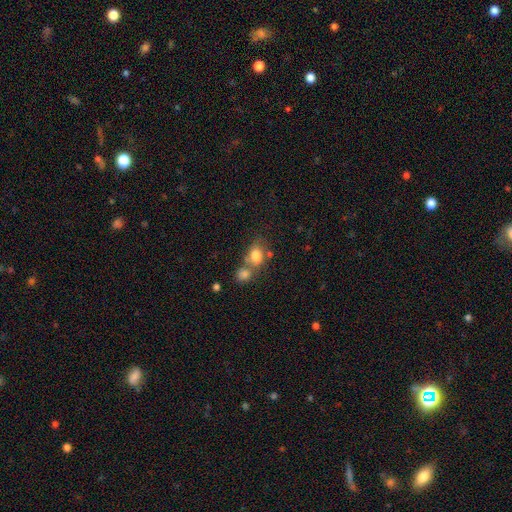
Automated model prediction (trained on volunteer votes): This appears to be a smooth galaxy with no disk features (78%) that is in between round and cigar-shaped (58%). Merging: merger (42%).